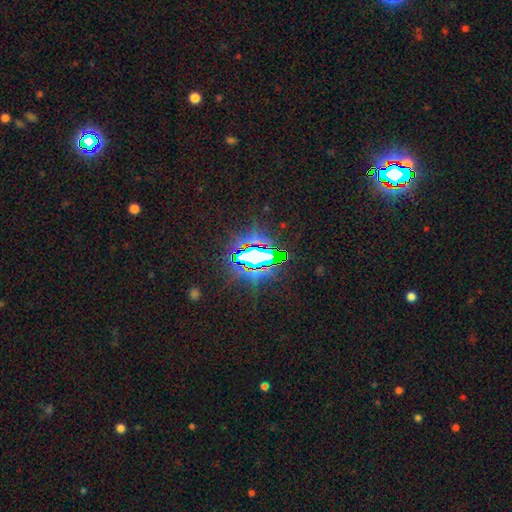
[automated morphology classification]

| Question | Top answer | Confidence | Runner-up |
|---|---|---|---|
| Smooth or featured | star or artifact | 72% | smooth (15%) |